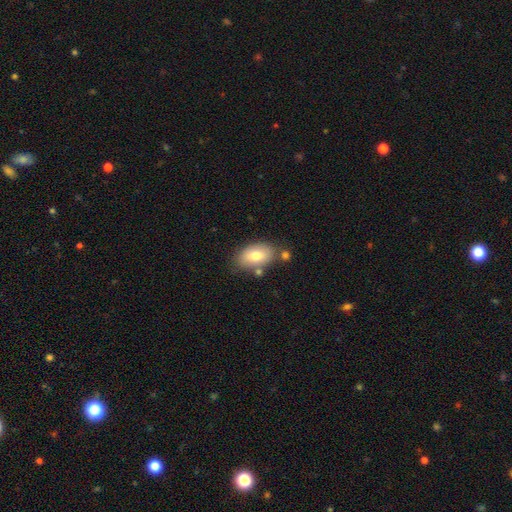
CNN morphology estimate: A smooth galaxy with no disk features (76%) that is in between round and cigar-shaped (92%).

Vote fractions:
- Smooth or featured? smooth: 76% / featured or disk: 17% / star or artifact: 7%
- How rounded? in between: 92% / round: 7% / cigar-shaped: 2%
- Merging? none: 71% / minor disturbance: 15% / merger: 10% / major disturbance: 4%